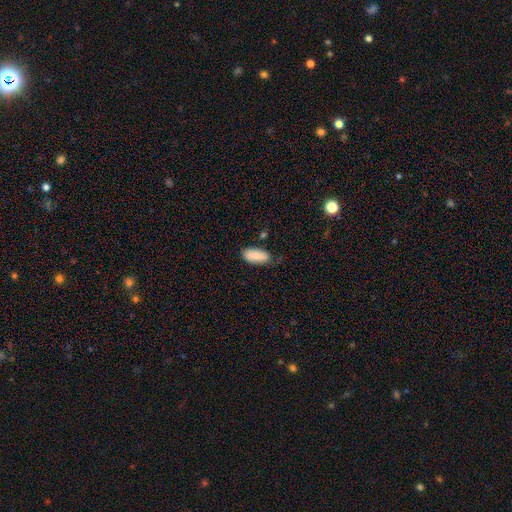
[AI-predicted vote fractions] A smooth galaxy with no disk features (85%) that is in between round and cigar-shaped (88%). Merging: none (71%).